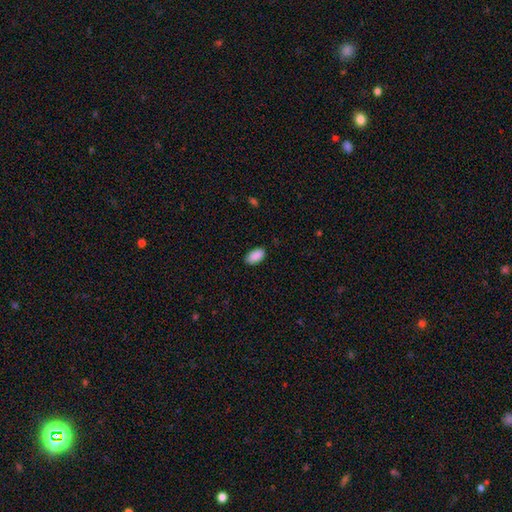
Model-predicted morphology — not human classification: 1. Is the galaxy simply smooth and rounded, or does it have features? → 90% smooth, 7% star or artifact, 3% featured or disk.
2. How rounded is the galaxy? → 94% in between, 3% round, 3% cigar-shaped.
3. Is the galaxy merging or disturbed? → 86% none, 11% minor disturbance, 2% major disturbance, 1% merger.